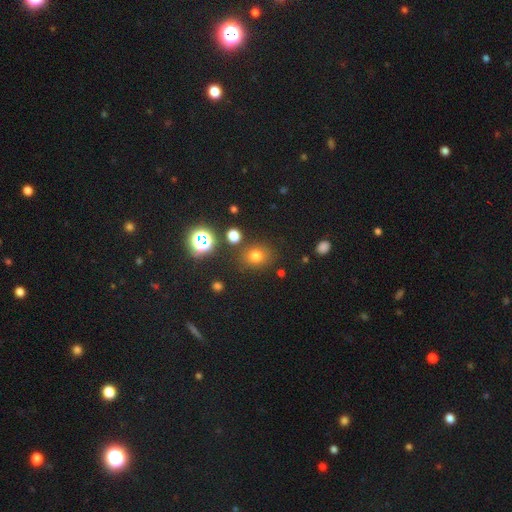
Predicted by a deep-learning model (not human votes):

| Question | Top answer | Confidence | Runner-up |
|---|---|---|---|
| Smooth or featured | smooth | 71% | star or artifact (21%) |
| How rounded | round | 68% | in between (31%) |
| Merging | none | 80% | minor disturbance (11%) |